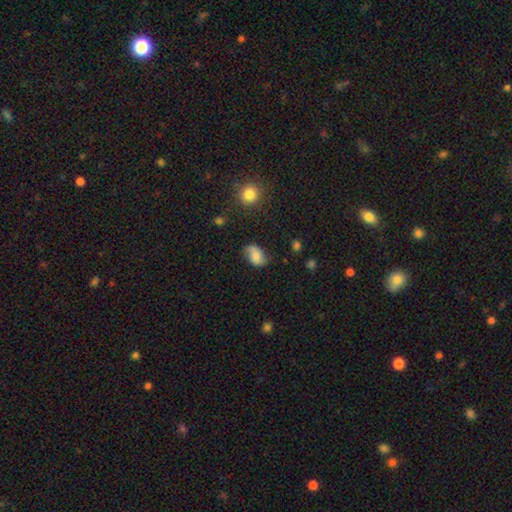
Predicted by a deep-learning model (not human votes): Smooth or featured: smooth — 72% (featured or disk — 19%)
How rounded: in between — 84% (round — 14%)
Merging: none — 55% (minor disturbance — 31%)